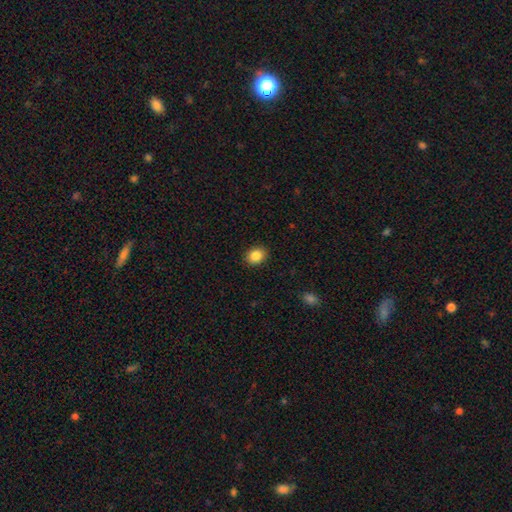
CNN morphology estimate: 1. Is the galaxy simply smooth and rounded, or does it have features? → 86% smooth, 9% star or artifact, 4% featured or disk.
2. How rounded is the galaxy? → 58% round, 41% in between, 1% cigar-shaped.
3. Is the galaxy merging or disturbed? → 90% none, 7% minor disturbance, 2% major disturbance, 1% merger.